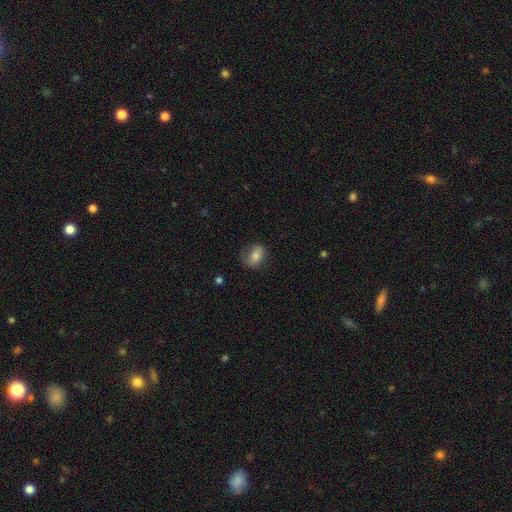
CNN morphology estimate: type=smooth (66%); roundness=in between (64%); merging=none (64%).